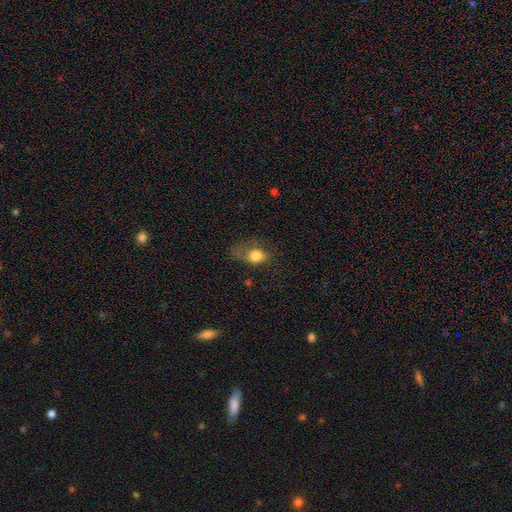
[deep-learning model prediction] Overall: smooth (77%). How rounded: in between (59%; round 39%). Merging: major disturbance (35%; none 33%).